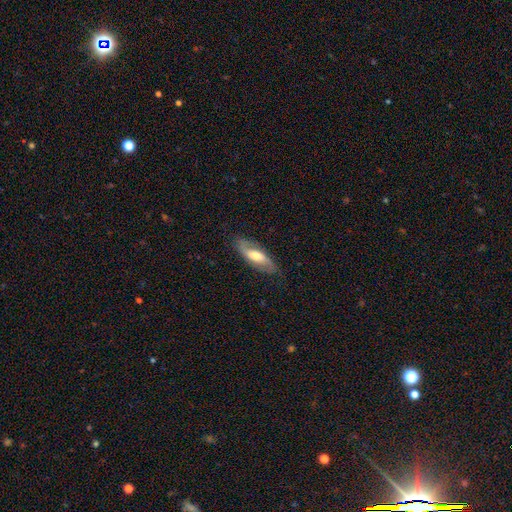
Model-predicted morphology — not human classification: Q: Smooth or featured?
A: featured or disk (64%); runner-up: smooth (31%)
Q: Edge-on disk?
A: no (83%); runner-up: yes (17%)
Q: Bar?
A: weak (42%); runner-up: no (39%)
Q: Spiral arms?
A: yes (86%); runner-up: no (14%)
Q: Bulge size?
A: moderate (63%); runner-up: large (18%)
Q: Merging?
A: none (80%); runner-up: minor disturbance (14%)